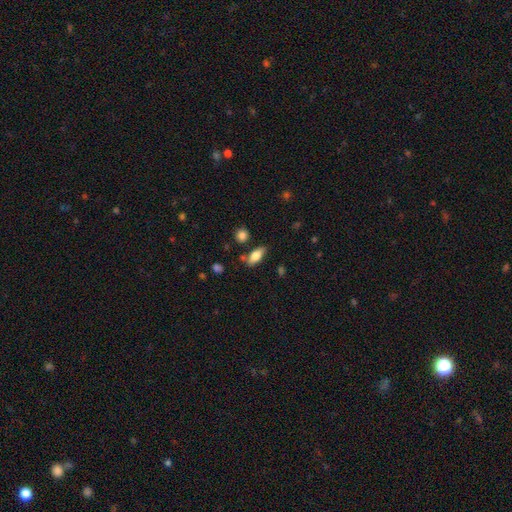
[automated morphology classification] smooth 72%, featured or disk 21%, star or artifact 7%. Down the decision tree: how rounded — in between (79%); merging — none (74%).